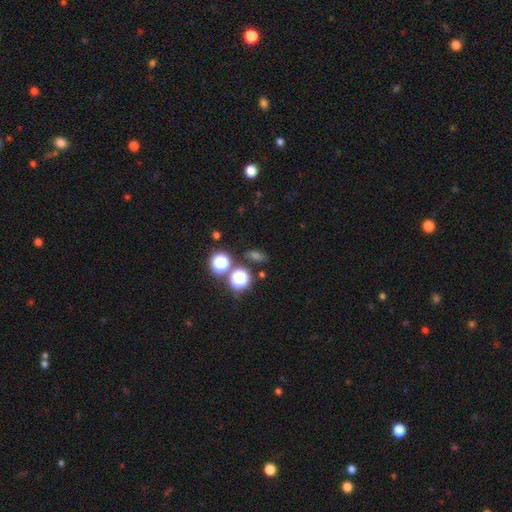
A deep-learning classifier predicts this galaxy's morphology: A star or artifact, not a galaxy (46%).